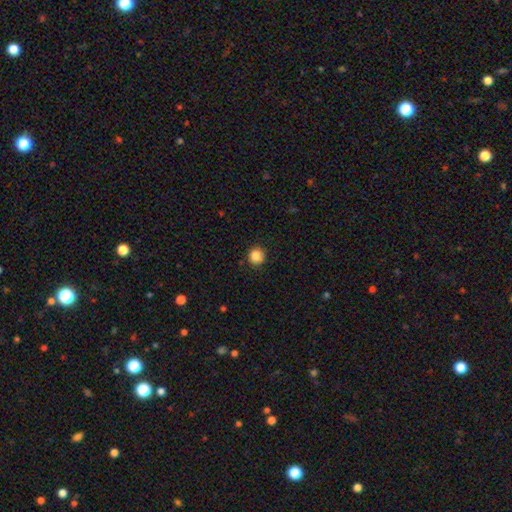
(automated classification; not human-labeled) smooth_or_featured: smooth (p=0.86) [alt: star or artifact p=0.10]
how_rounded: round (p=0.92) [alt: in between p=0.07]
merging: none (p=0.88) [alt: minor disturbance p=0.09]